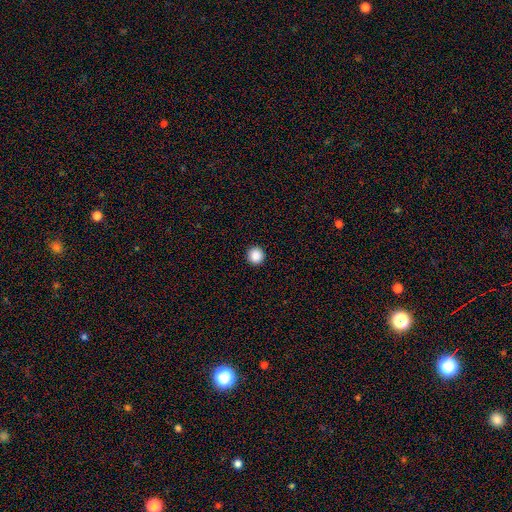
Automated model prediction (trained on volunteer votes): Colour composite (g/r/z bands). It shows a smooth galaxy with no disk features (88%) that is round (95%). Merging: none (94%).